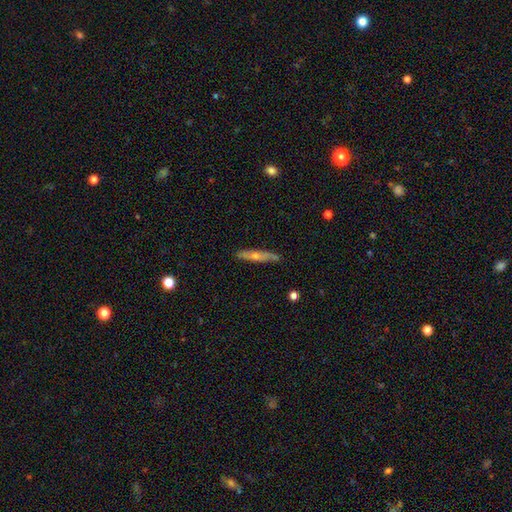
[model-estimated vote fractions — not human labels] Smooth or featured: featured or disk — 52% (smooth — 41%)
Edge-on disk: yes — 85% (no — 15%)
Merging: none — 85% (minor disturbance — 12%)